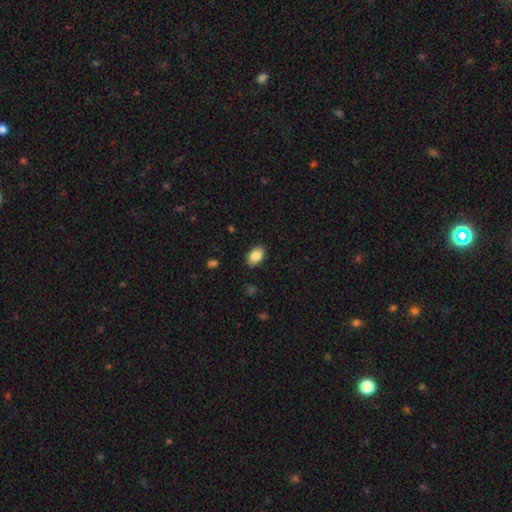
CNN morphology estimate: Smooth or featured? smooth (87%)
How rounded? in between (82%)
Merging? none (88%)